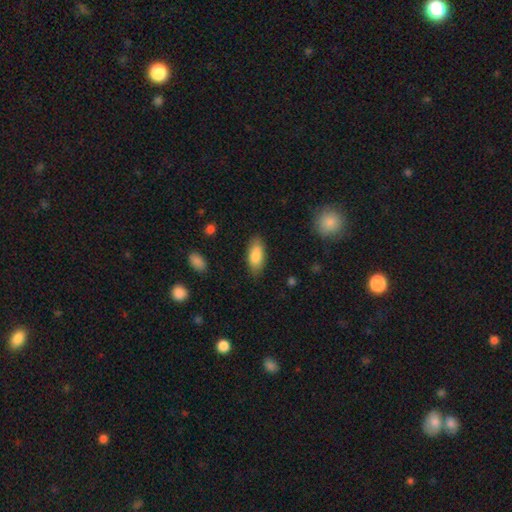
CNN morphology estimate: Smooth or featured: smooth — 84% (featured or disk — 10%)
How rounded: in between — 83% (cigar-shaped — 15%)
Merging: none — 83% (minor disturbance — 13%)